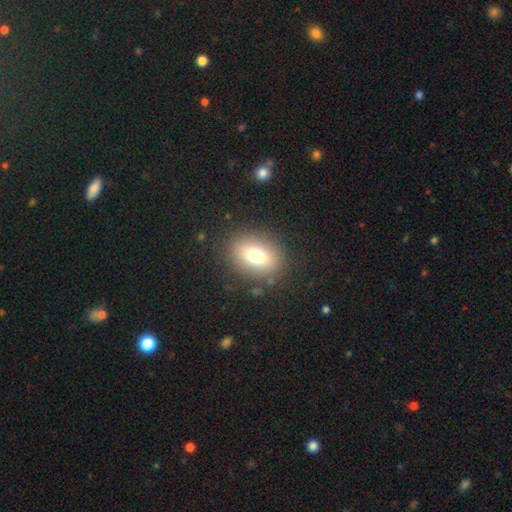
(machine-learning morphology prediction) smooth 75%, featured or disk 13%, star or artifact 12%. Down the decision tree: how rounded — in between (63%); merging — none (85%).